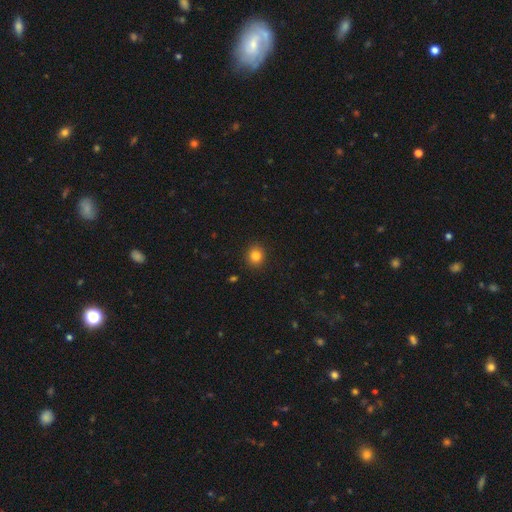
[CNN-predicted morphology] type=smooth (84%); roundness=round (84%); merging=none (91%).